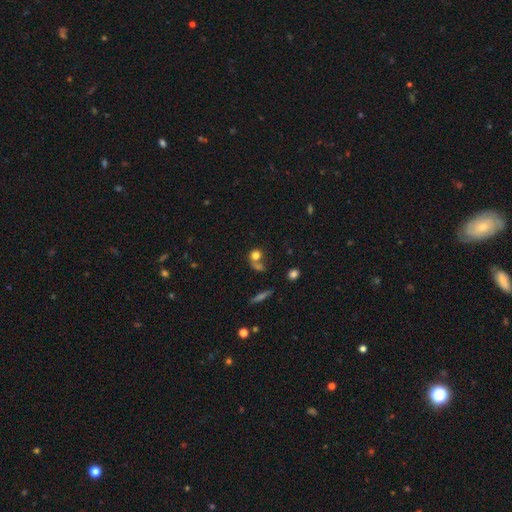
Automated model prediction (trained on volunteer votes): smooth-or-featured: smooth: 74% | star or artifact: 13% | featured or disk: 12%
  how-rounded: round: 77% | in between: 20% | cigar-shaped: 3%
  merging: none: 43% | merger: 40% | minor disturbance: 10% | major disturbance: 7%